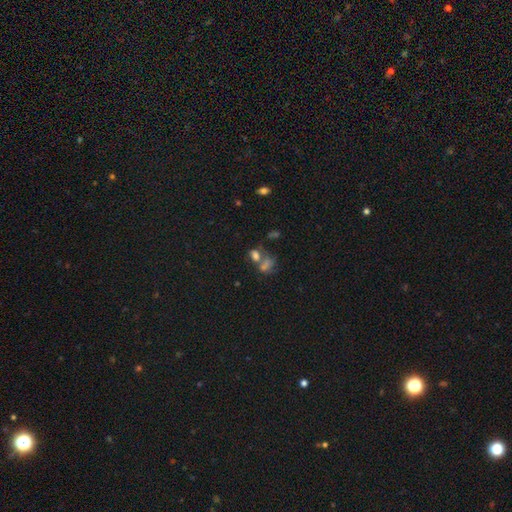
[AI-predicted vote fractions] A smooth galaxy with no disk features (68%) that is in between round and cigar-shaped (71%). Merging: merger (50%).